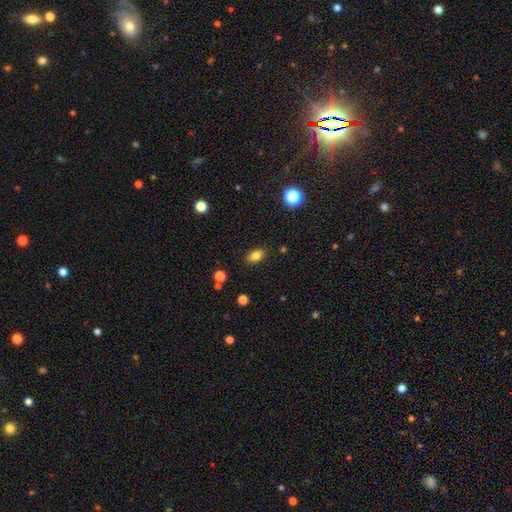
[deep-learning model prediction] A smooth galaxy with no disk features (82%) that is in between round and cigar-shaped (85%). Merging: none (86%).